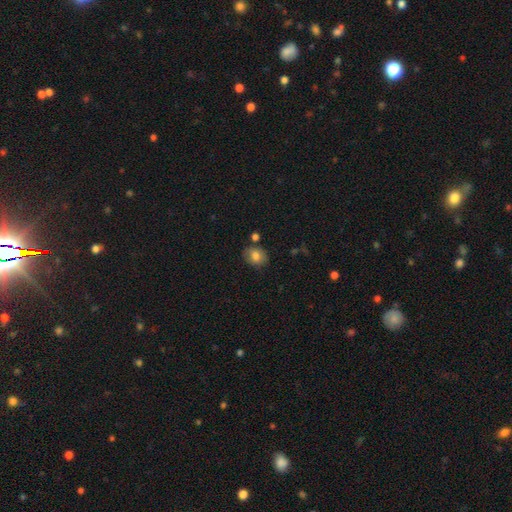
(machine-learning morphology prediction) This appears to be a smooth galaxy with no disk features (78%) that is in between round and cigar-shaped (52%). Merging: none (77%).